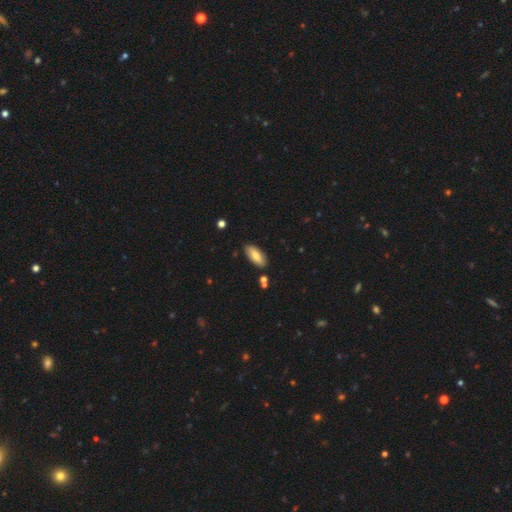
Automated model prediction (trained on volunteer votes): smooth_or_featured: smooth (p=0.77) [alt: featured or disk p=0.16]
how_rounded: in between (p=0.82) [alt: cigar-shaped p=0.16]
merging: none (p=0.84) [alt: minor disturbance p=0.11]